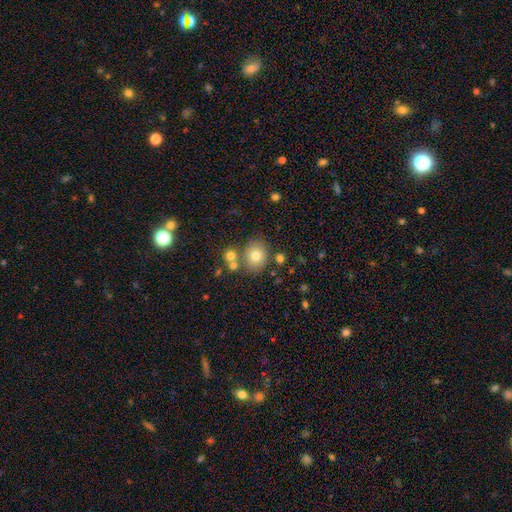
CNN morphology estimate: A smooth galaxy with no disk features (75%) that is round (71%). Merging: none (71%).